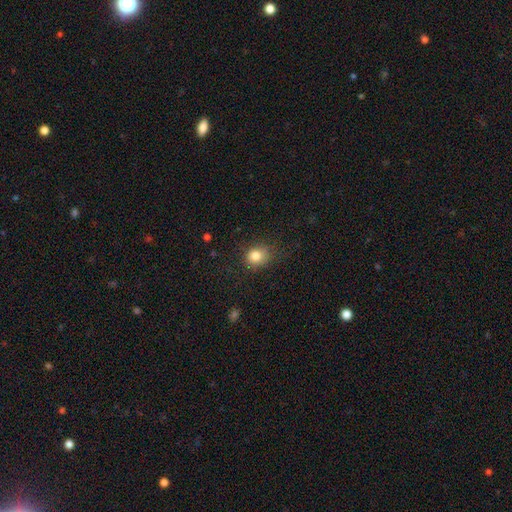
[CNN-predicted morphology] smooth-or-featured: smooth: 83% | star or artifact: 11% | featured or disk: 6%
  how-rounded: round: 72% | in between: 27% | cigar-shaped: 1%
  merging: none: 78% | minor disturbance: 16% | major disturbance: 5% | merger: 1%